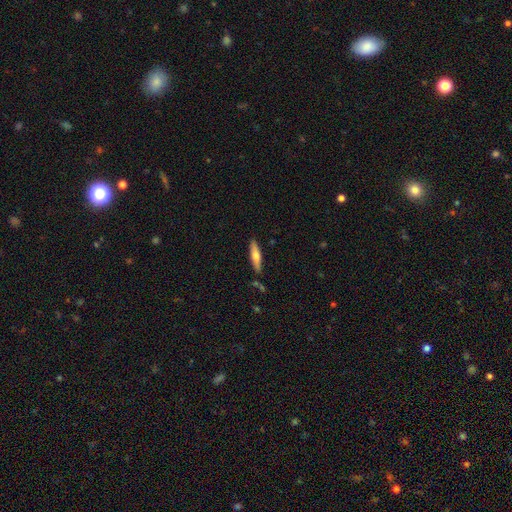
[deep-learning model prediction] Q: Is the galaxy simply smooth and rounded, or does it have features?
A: smooth — 56%.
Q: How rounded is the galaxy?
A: cigar-shaped — 79%.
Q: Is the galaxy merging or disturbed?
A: none — 84%.